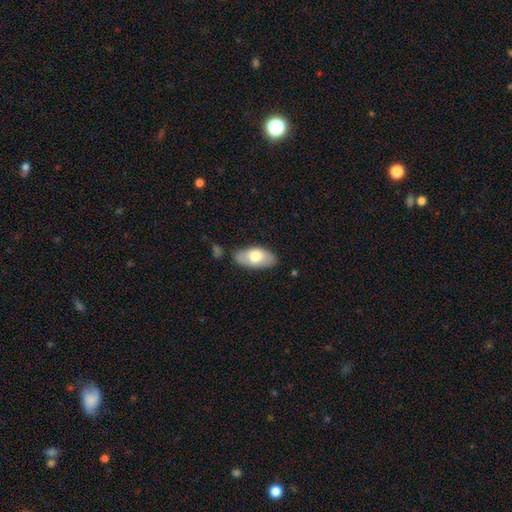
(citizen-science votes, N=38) Volunteers were most divided on "smooth or featured": smooth: 61%, featured or disk: 37%, star or artifact: 3%. More confident: how rounded — in between (91%); merging — none (70%).